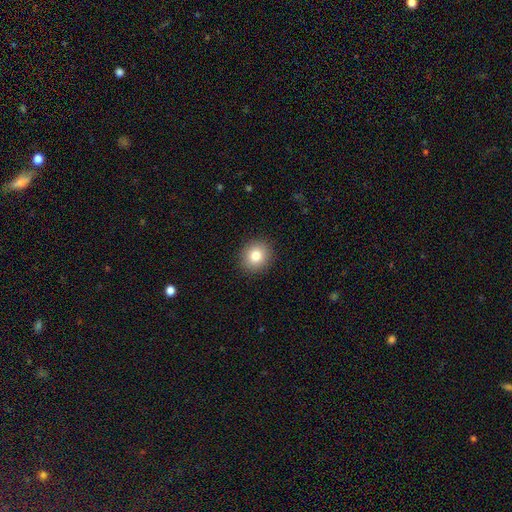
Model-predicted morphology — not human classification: A smooth galaxy with no disk features (81%) that is round (84%). Merging: none (91%).